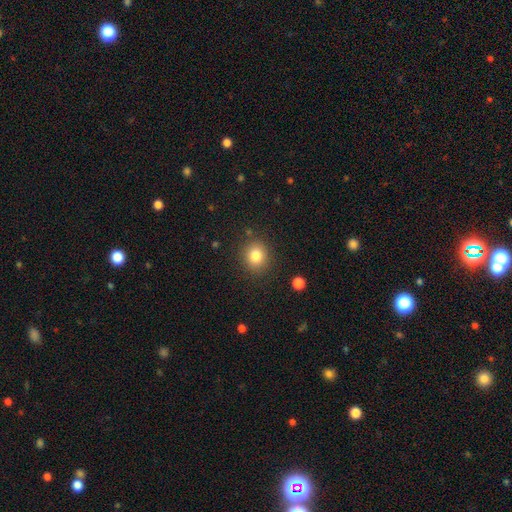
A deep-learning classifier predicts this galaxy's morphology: This is clearly a smooth galaxy (82%). How rounded: clearly round (82%). Merging: clearly none (87%).